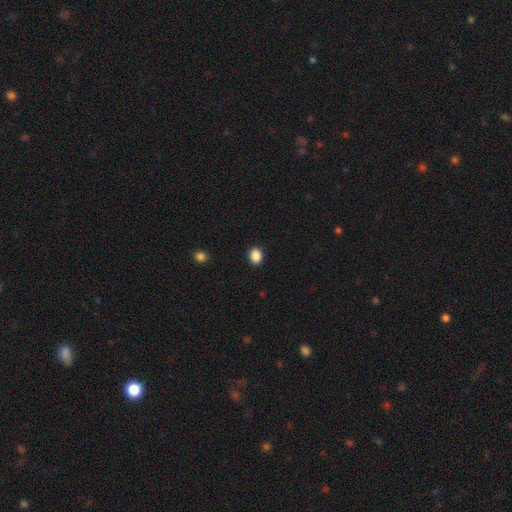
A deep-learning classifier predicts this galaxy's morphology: smooth-or-featured: smooth: 88% | star or artifact: 9% | featured or disk: 3%
  how-rounded: round: 50% | in between: 49% | cigar-shaped: 1%
  merging: none: 90% | minor disturbance: 7% | major disturbance: 2% | merger: 1%